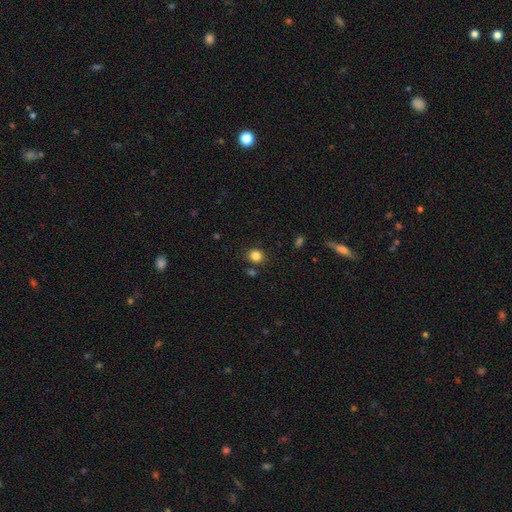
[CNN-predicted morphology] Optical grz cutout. It shows a smooth galaxy with no disk features (84%) that is round (74%). Merging: none (83%).